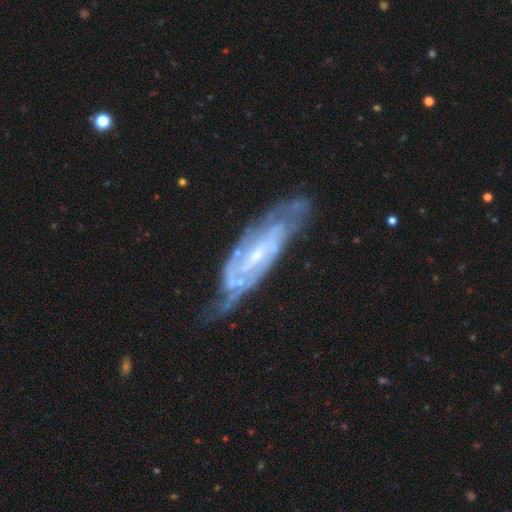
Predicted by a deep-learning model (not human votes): Q: Smooth or featured?
A: featured or disk (85%); runner-up: smooth (9%)
Q: Edge-on disk?
A: no (86%); runner-up: yes (14%)
Q: Bar?
A: weak (45%); runner-up: no (34%)
Q: Spiral arms?
A: yes (93%); runner-up: no (7%)
Q: Spiral winding?
A: tight (53%); runner-up: medium (38%)
Q: Spiral arm count?
A: 2 (44%); runner-up: can't tell (33%)
Q: Bulge size?
A: small (69%); runner-up: moderate (22%)
Q: Merging?
A: none (56%); runner-up: minor disturbance (27%)